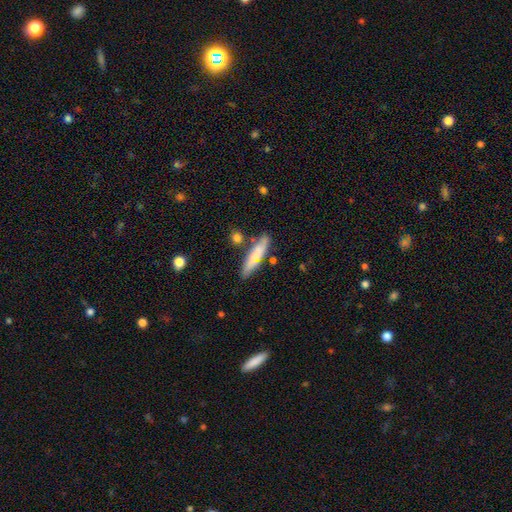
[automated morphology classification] This is likely a smooth galaxy (67%). How rounded: likely cigar-shaped (78%). Merging: likely none (74%).